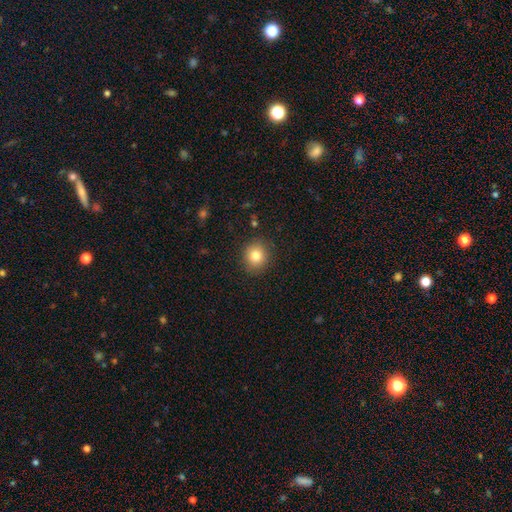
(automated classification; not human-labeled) smooth-or-featured: smooth: 81% | star or artifact: 11% | featured or disk: 8%
  how-rounded: round: 82% | in between: 17% | cigar-shaped: 1%
  merging: none: 89% | minor disturbance: 8% | major disturbance: 2% | merger: 1%